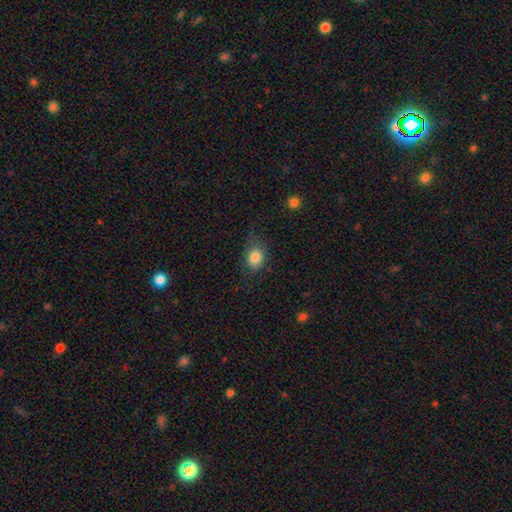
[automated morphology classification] smooth 83%, star or artifact 9%, featured or disk 8%. Down the decision tree: how rounded — in between (69%); merging — none (65%).